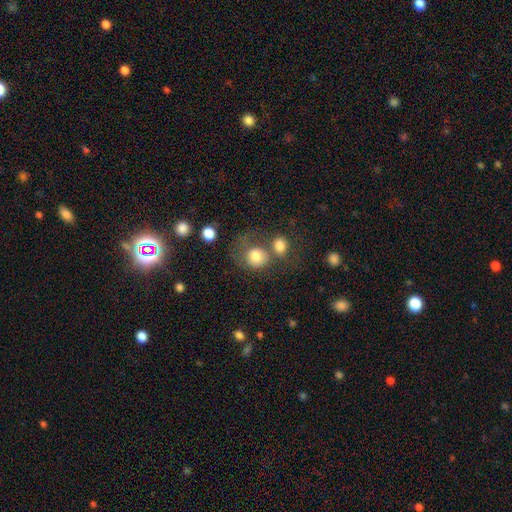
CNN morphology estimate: This is likely a smooth galaxy (78%). How rounded: likely round (72%). Merging: marginally merger (38%).